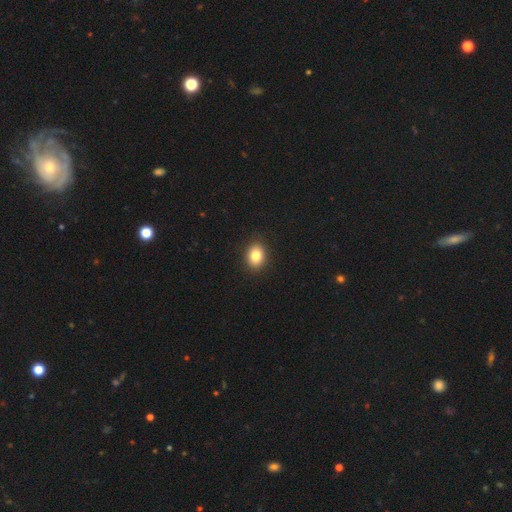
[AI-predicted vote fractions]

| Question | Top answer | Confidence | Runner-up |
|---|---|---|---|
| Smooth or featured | smooth | 83% | star or artifact (10%) |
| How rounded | in between | 56% | round (43%) |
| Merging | none | 91% | minor disturbance (7%) |